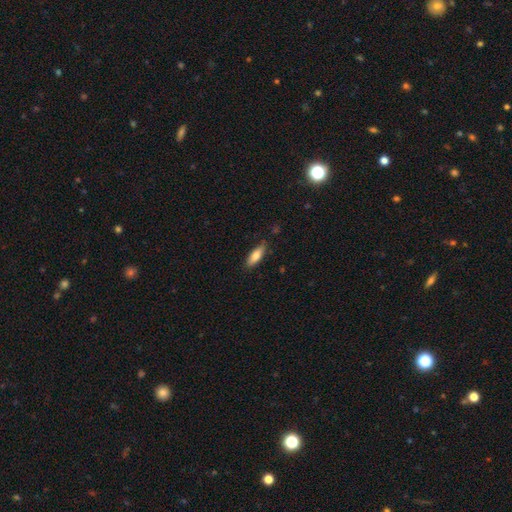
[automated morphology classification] type=smooth (76%); roundness=in between (58%); merging=none (84%).